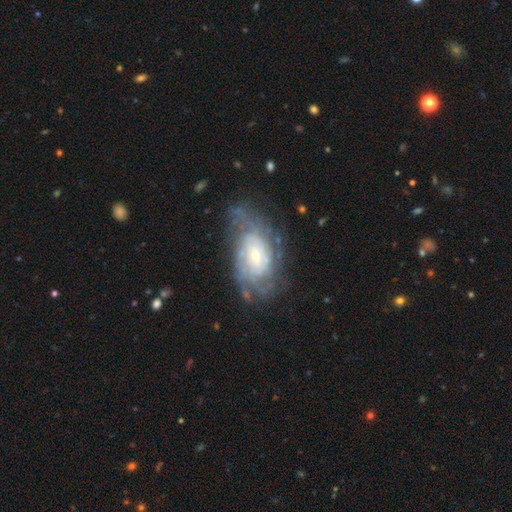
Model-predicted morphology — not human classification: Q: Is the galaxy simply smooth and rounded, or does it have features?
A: featured or disk — 81%.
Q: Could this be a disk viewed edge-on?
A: no — 95%.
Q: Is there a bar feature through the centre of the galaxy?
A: no — 63%.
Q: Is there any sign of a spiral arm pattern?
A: yes — 90%.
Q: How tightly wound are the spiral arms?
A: tight — 64%.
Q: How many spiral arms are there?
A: can't tell — 50%.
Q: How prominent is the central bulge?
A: small — 69%.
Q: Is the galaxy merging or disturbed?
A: none — 62%.